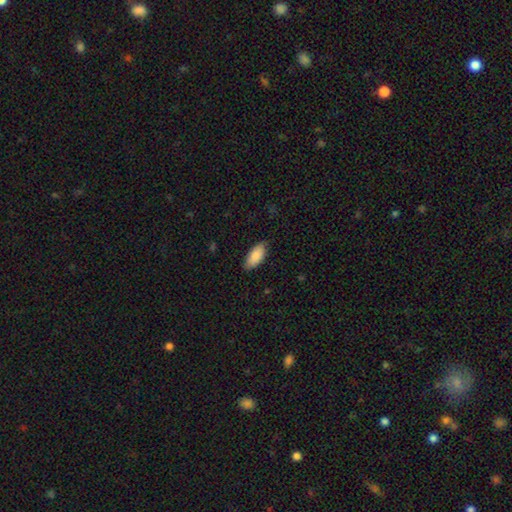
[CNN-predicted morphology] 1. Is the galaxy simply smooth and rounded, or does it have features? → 89% smooth, 6% star or artifact, 5% featured or disk.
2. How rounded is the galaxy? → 89% in between, 9% cigar-shaped, 2% round.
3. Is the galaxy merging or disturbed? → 82% none, 15% minor disturbance, 2% major disturbance, 1% merger.